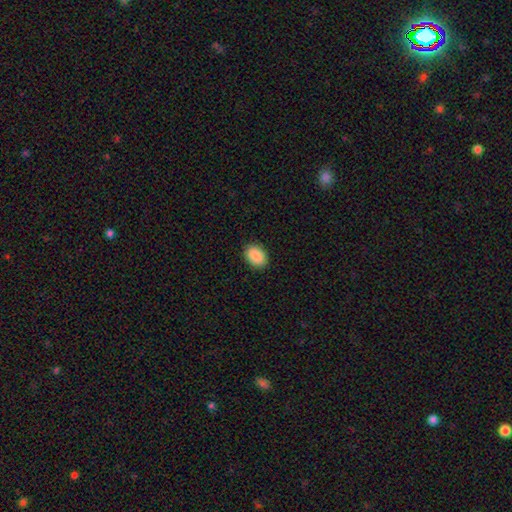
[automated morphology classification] type=smooth (90%); roundness=in between (75%); merging=none (89%).